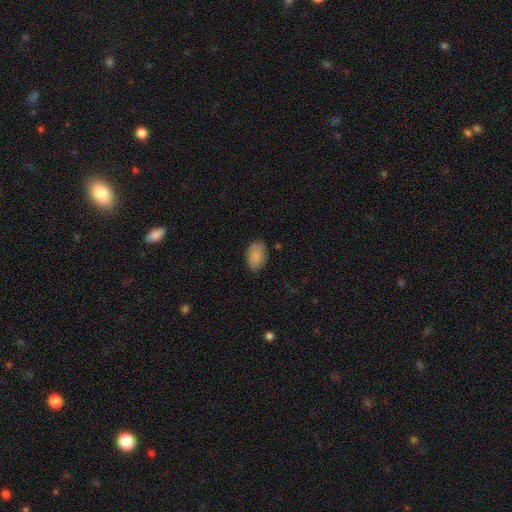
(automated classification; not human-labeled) Q: Smooth or featured?
A: smooth (87%); runner-up: star or artifact (7%)
Q: How rounded?
A: in between (91%); runner-up: round (8%)
Q: Merging?
A: none (79%); runner-up: minor disturbance (16%)